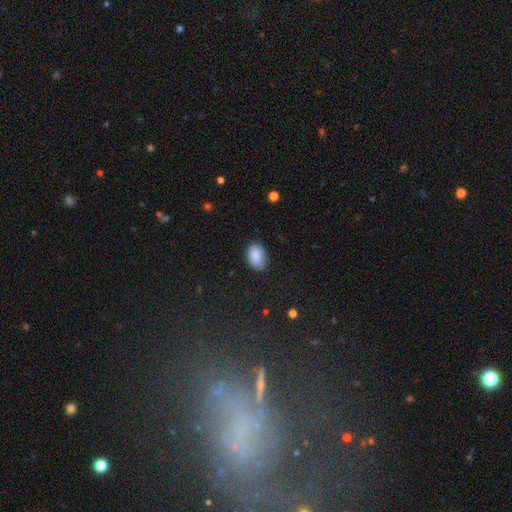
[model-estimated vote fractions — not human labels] This is clearly a smooth galaxy (87%). How rounded: clearly in between (89%). Merging: likely none (73%).